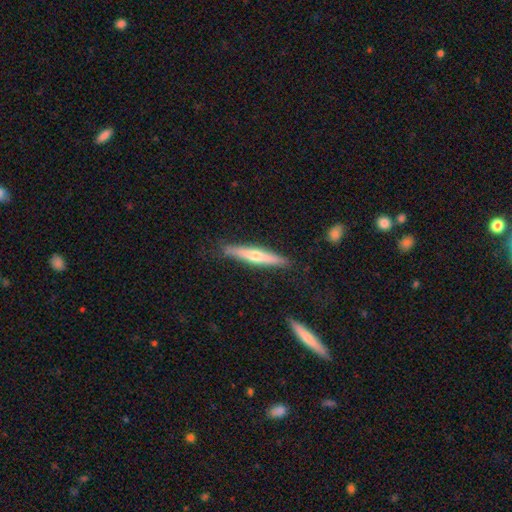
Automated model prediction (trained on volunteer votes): This is possibly a featured or disk galaxy (53%). It is clearly viewed edge-on (94%). Merging: clearly none (86%).